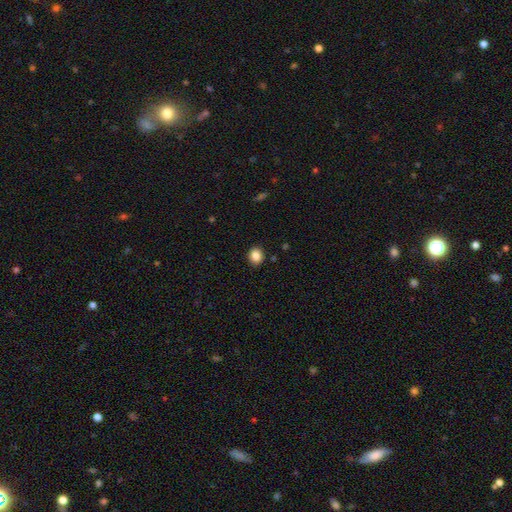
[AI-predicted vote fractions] Smooth or featured? smooth (86%)
How rounded? round (69%)
Merging? none (90%)